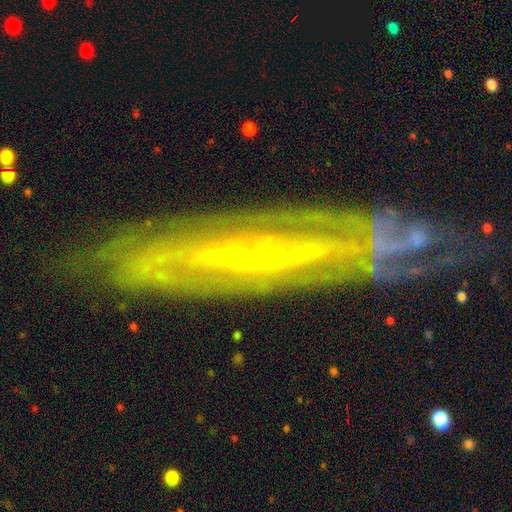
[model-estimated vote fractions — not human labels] Smooth or featured: featured or disk — 82% (smooth — 10%)
Edge-on disk: no — 69% (yes — 31%)
Bar: strong — 47% (no — 29%)
Spiral arms: yes — 76% (no — 24%)
Bulge size: small — 79% (moderate — 13%)
Merging: none — 67% (minor disturbance — 18%)